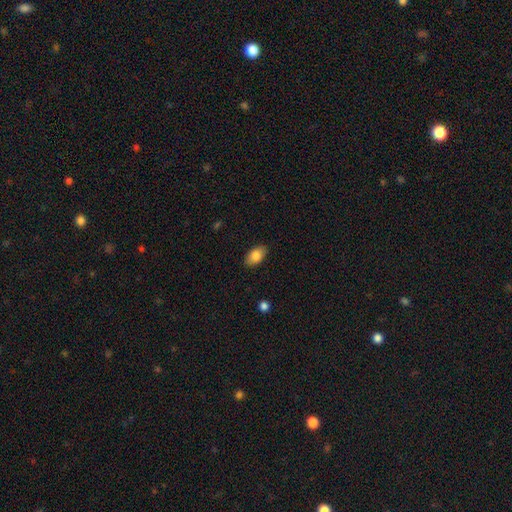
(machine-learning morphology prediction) Smooth or featured: smooth — 83% (featured or disk — 9%)
How rounded: in between — 92% (round — 6%)
Merging: none — 87% (minor disturbance — 10%)